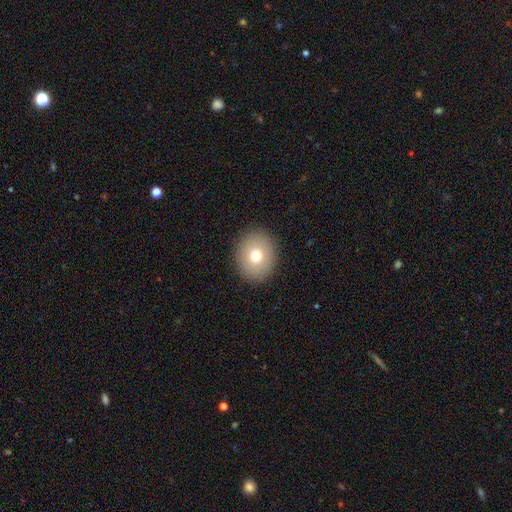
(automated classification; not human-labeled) This appears to be a smooth galaxy with no disk features (73%) that is round (68%). Merging: none (90%).